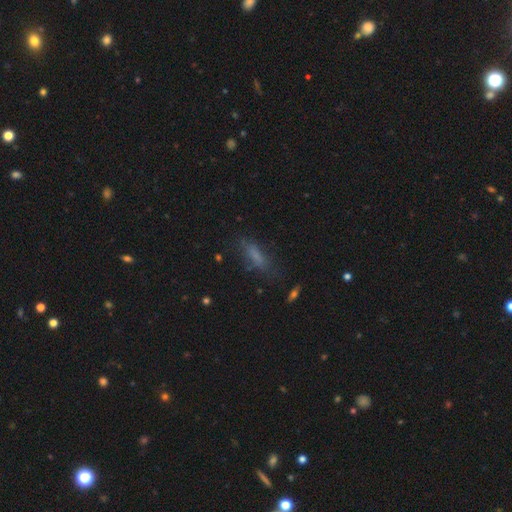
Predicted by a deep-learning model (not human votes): Overall: smooth (66%). How rounded: cigar-shaped (52%; in between 45%). Merging: none (64%).